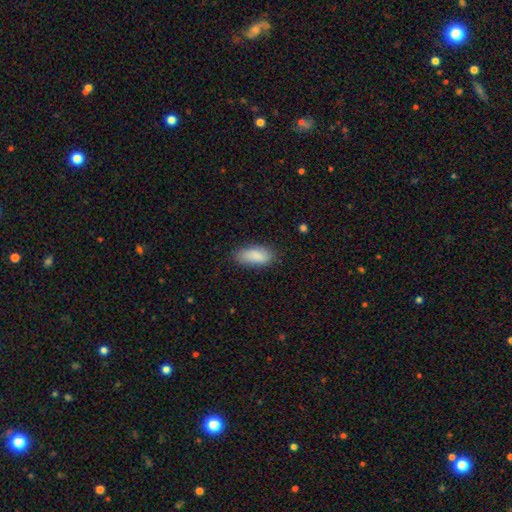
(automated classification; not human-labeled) Q: Smooth or featured?
A: smooth (88%); runner-up: star or artifact (6%)
Q: How rounded?
A: in between (88%); runner-up: cigar-shaped (9%)
Q: Merging?
A: none (81%); runner-up: minor disturbance (15%)